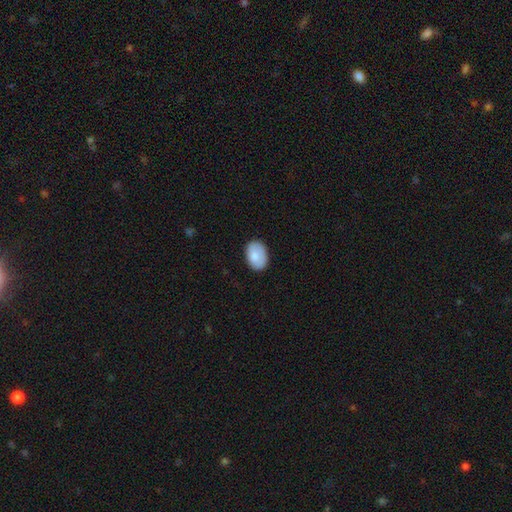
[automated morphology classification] This appears to be a smooth galaxy with no disk features (83%) that is in between round and cigar-shaped (87%). Merging: none (82%).